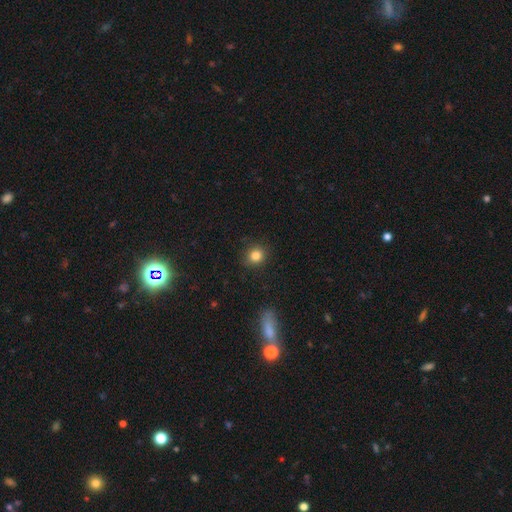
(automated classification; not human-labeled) Morphology: type=smooth (84%); roundness=round (84%); merging=none (86%).